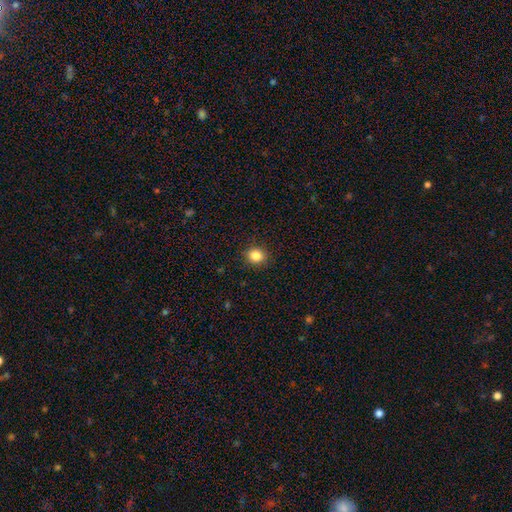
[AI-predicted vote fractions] Smooth or featured?
  - smooth: 85% *
  - star or artifact: 10%
  - featured or disk: 4%
How rounded?
  - round: 72% *
  - in between: 27%
  - cigar-shaped: 1%
Merging?
  - none: 89% *
  - minor disturbance: 8%
  - major disturbance: 2%
  - merger: 1%